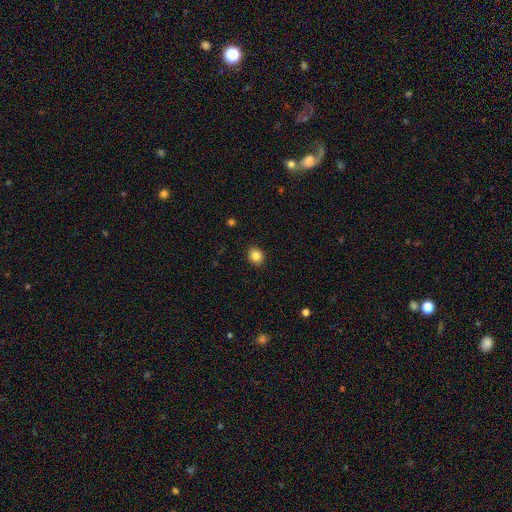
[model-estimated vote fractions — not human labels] Smooth or featured: smooth — 84% (star or artifact — 10%)
How rounded: round — 69% (in between — 30%)
Merging: none — 91% (minor disturbance — 7%)